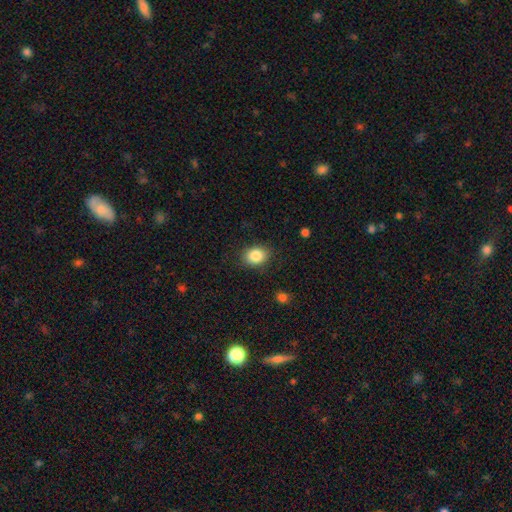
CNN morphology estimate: Smooth or featured? smooth (86%)
How rounded? in between (55%)
Merging? none (86%)